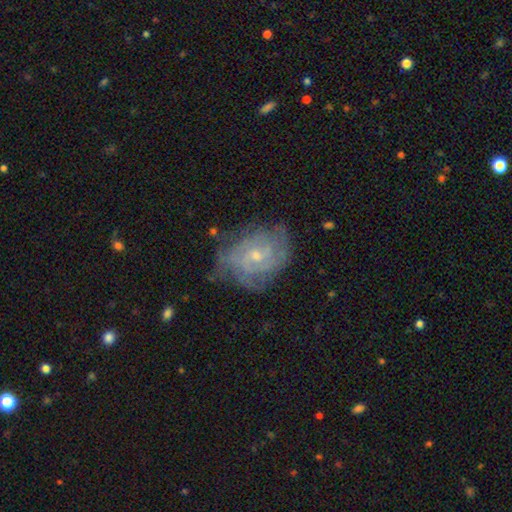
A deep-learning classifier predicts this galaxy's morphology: Smooth or featured? Predicted: featured or disk (p=0.79). Edge-on disk? Predicted: no (p=0.97). Bar? Predicted: no (p=0.60). Spiral arms? Predicted: yes (p=0.89). Spiral winding? Predicted: tight (p=0.65). Spiral arm count? Predicted: can't tell (p=0.44). Bulge size? Predicted: small (p=0.61). Merging? Predicted: none (p=0.63).